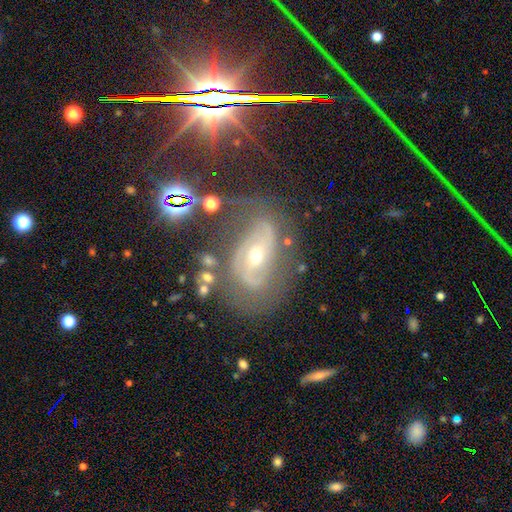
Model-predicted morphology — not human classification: Q: Smooth or featured?
A: featured or disk (77%); runner-up: star or artifact (14%)
Q: Edge-on disk?
A: no (94%); runner-up: yes (6%)
Q: Bar?
A: no (41%); runner-up: weak (34%)
Q: Spiral arms?
A: yes (90%); runner-up: no (10%)
Q: Spiral winding?
A: medium (44%); runner-up: tight (37%)
Q: Spiral arm count?
A: 2 (76%); runner-up: can't tell (13%)
Q: Bulge size?
A: moderate (49%); runner-up: small (47%)
Q: Merging?
A: none (67%); runner-up: minor disturbance (18%)